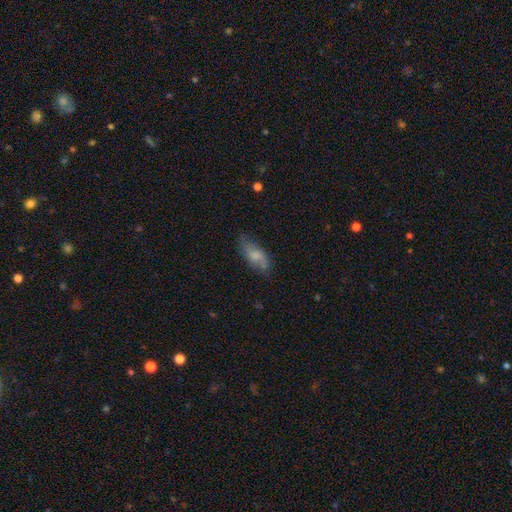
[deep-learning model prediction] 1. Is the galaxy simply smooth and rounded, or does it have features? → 66% smooth, 27% featured or disk, 7% star or artifact.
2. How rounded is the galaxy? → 81% in between, 16% cigar-shaped, 3% round.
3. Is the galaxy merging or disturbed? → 61% none, 27% minor disturbance, 9% major disturbance, 2% merger.